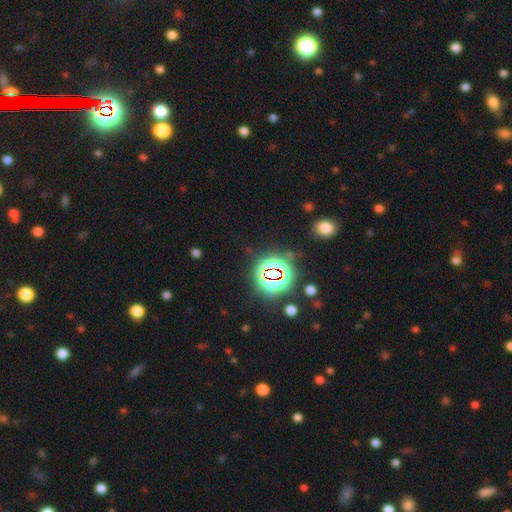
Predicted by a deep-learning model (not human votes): The model was most divided on "smooth or featured": star or artifact: 80%, smooth: 12%, featured or disk: 7%.